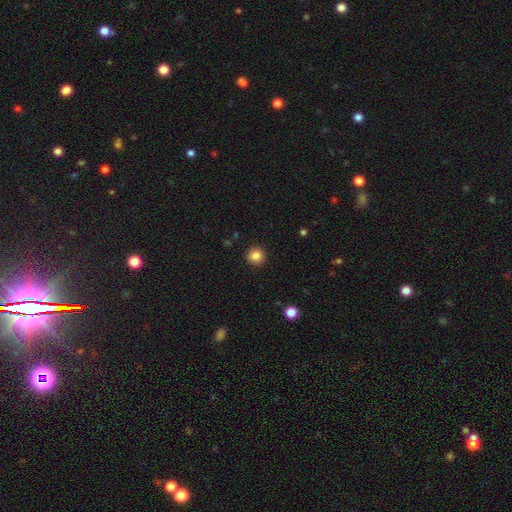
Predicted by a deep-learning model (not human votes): Smooth or featured: smooth — 85% (star or artifact — 11%)
How rounded: round — 93% (in between — 6%)
Merging: none — 92% (minor disturbance — 5%)